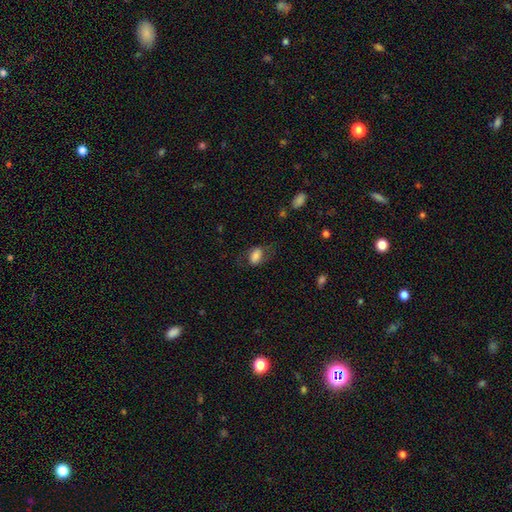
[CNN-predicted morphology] Q: Smooth or featured?
A: smooth (71%); runner-up: featured or disk (20%)
Q: How rounded?
A: in between (84%); runner-up: round (14%)
Q: Merging?
A: none (55%); runner-up: minor disturbance (23%)